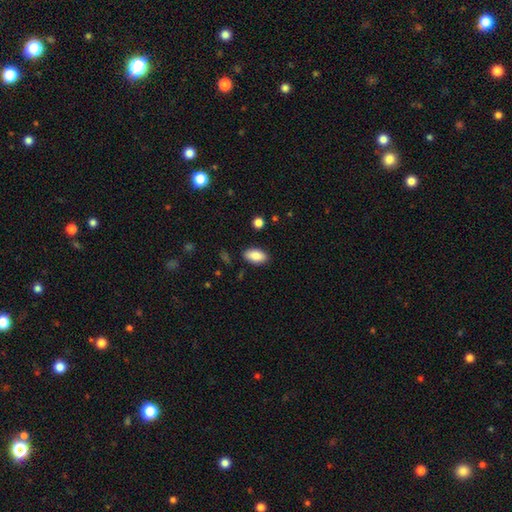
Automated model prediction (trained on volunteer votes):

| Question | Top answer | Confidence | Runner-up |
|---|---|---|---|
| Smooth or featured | smooth | 87% | star or artifact (7%) |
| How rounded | in between | 92% | cigar-shaped (4%) |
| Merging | none | 87% | minor disturbance (10%) |